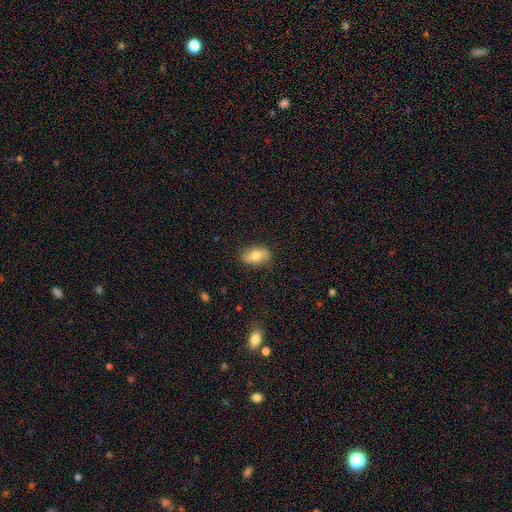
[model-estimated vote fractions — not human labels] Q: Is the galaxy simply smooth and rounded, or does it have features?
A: smooth — 74%.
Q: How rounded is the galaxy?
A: in between — 89%.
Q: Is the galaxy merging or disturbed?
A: none — 82%.